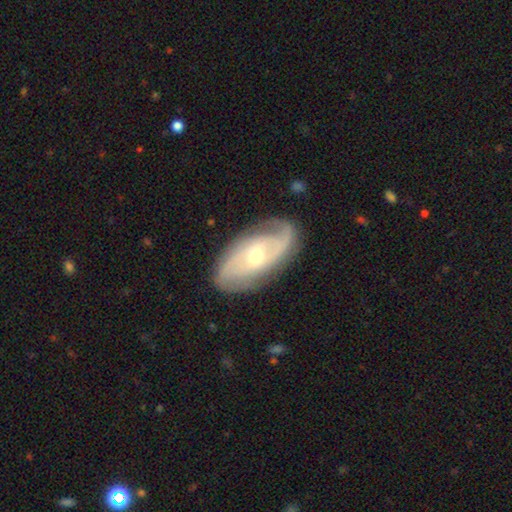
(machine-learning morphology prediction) smooth-or-featured: featured or disk: 84% | smooth: 11% | star or artifact: 5%
  disk-edge-on: no: 94% | yes: 6%
    bar: weak: 42% | no: 41% | strong: 17%
    has-spiral-arms: yes: 94% | no: 6%
      spiral-winding: tight: 46% | medium: 38% | loose: 15%
      spiral-arm-count: 2: 67% | can't tell: 15% | 3: 8% | 1: 6% | 4: 2% | more than 4: 2%
    bulge-size: moderate: 60% | small: 36% | large: 3% | none: 1% | dominant: 1%
  merging: none: 79% | minor disturbance: 15% | major disturbance: 5% | merger: 1%